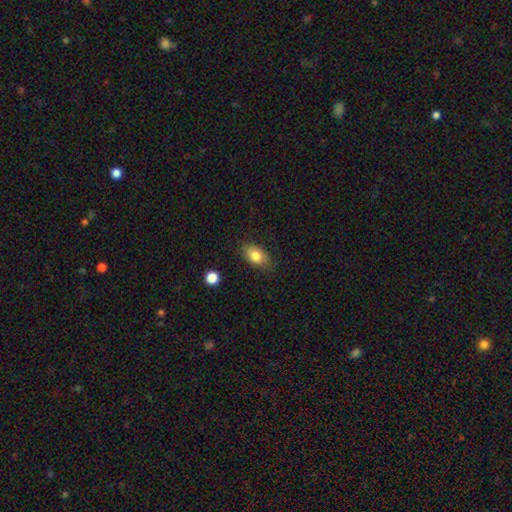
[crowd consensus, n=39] Volunteers were most divided on "merging": none: 75%, minor disturbance: 19%, merger: 6%, major disturbance: 0%. More confident: how rounded — in between (93%); smooth or featured — smooth (77%).